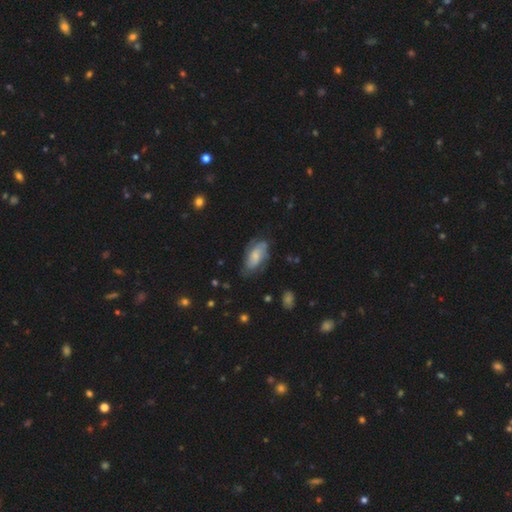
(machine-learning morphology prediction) The model was most divided on "bulge size": small: 48%, moderate: 34%, none: 11%, large: 6%, dominant: 2%. More confident: edge-on disk — no (93%); spiral arms — yes (86%); bar — no (65%); merging — none (64%); smooth or featured — featured or disk (55%).